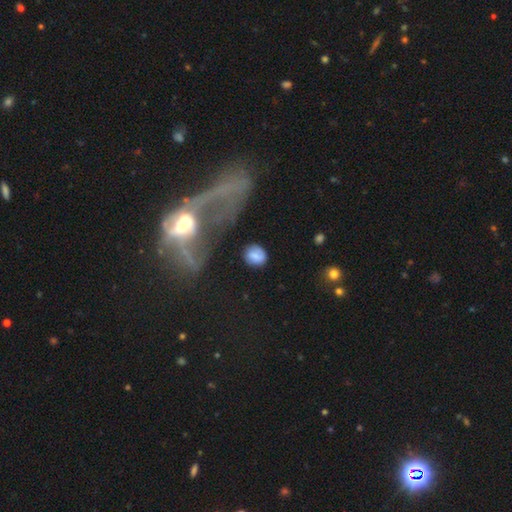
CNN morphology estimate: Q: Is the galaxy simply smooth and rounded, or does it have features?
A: smooth — 73%.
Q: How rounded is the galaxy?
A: round — 67%.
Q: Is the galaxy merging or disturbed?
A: none — 73%.